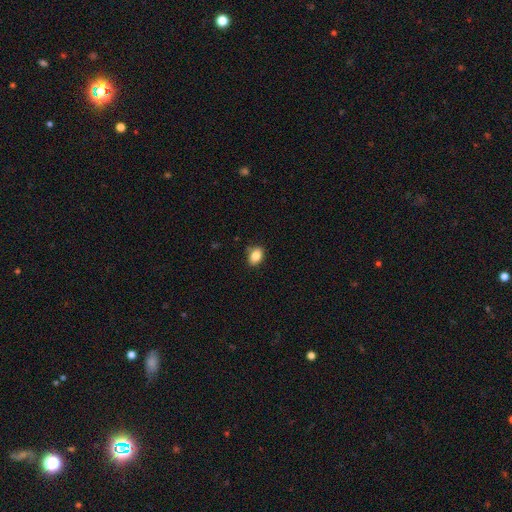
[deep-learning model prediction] smooth_or_featured: smooth (p=0.84) [alt: star or artifact p=0.09]
how_rounded: in between (p=0.77) [alt: round p=0.22]
merging: none (p=0.82) [alt: minor disturbance p=0.14]